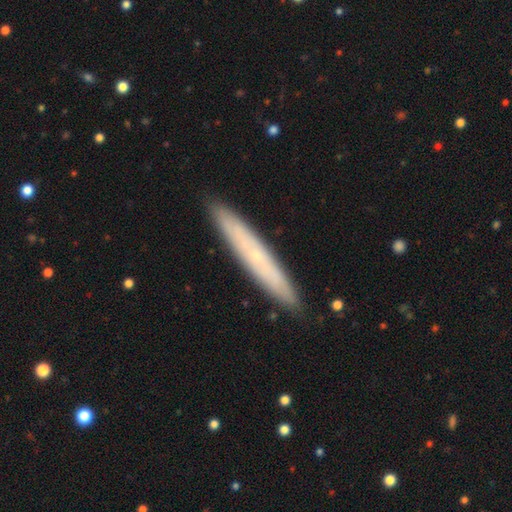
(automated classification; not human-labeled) smooth_or_featured: featured or disk (p=0.56) [alt: smooth p=0.38]
disk_edge_on: yes (p=0.79) [alt: no p=0.21]
merging: none (p=0.90) [alt: minor disturbance p=0.07]